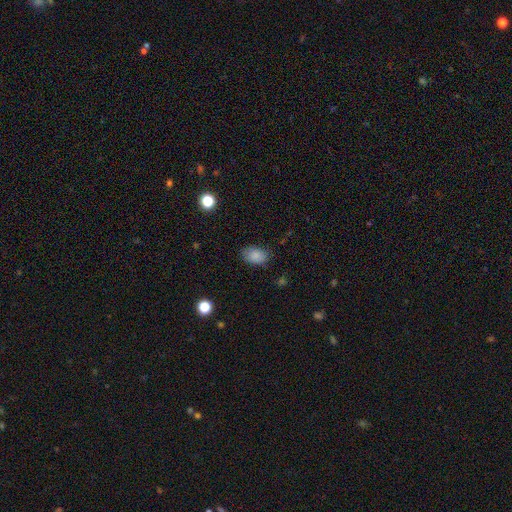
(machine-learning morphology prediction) Overall: smooth (85%). How rounded: in between (85%). Merging: none (80%).